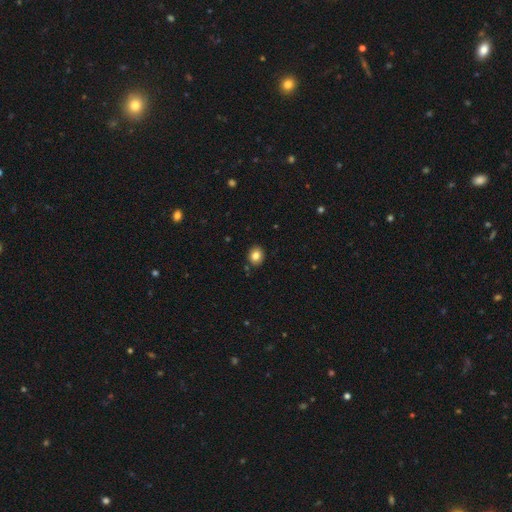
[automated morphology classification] A smooth galaxy with no disk features (83%) that is round (65%). Merging: none (88%).